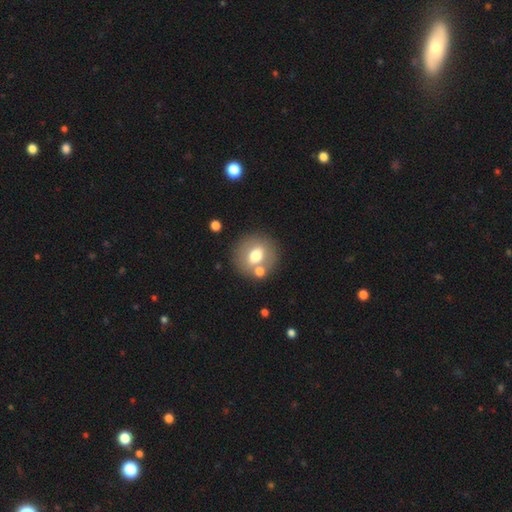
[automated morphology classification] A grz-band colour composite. It shows a smooth galaxy with no disk features (64%) that is round (75%). Merging: none (74%).